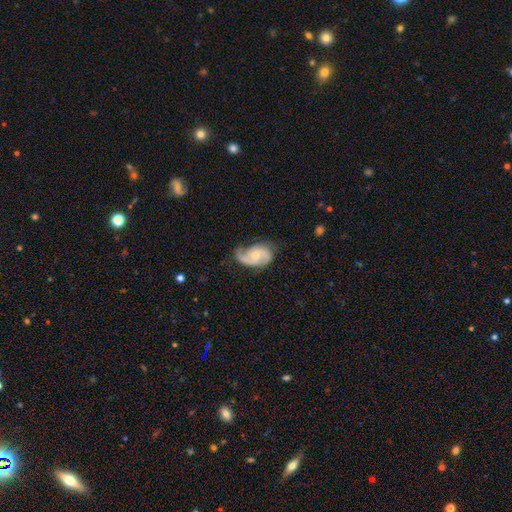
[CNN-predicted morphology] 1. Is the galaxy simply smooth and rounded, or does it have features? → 80% featured or disk, 15% smooth, 5% star or artifact.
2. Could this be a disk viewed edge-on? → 97% no, 3% yes.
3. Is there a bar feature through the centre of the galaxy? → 63% no, 31% weak, 5% strong.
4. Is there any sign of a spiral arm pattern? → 95% yes, 5% no.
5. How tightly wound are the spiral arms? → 48% medium, 31% loose, 20% tight.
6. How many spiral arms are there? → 85% 2, 5% can't tell, 4% 1, 3% 3, 1% 4, 1% more than 4.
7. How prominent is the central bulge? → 49% small, 45% moderate, 3% none, 2% large, 1% dominant.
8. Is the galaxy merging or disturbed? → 61% none, 27% minor disturbance, 10% major disturbance, 2% merger.